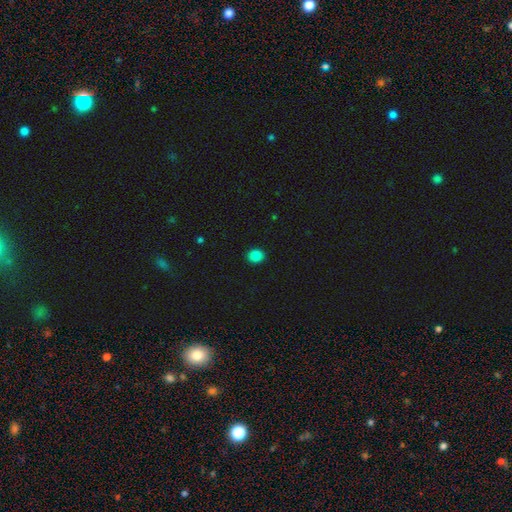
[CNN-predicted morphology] smooth_or_featured: smooth (p=0.86) [alt: star or artifact p=0.11]
how_rounded: round (p=0.76) [alt: in between p=0.24]
merging: none (p=0.91) [alt: minor disturbance p=0.06]